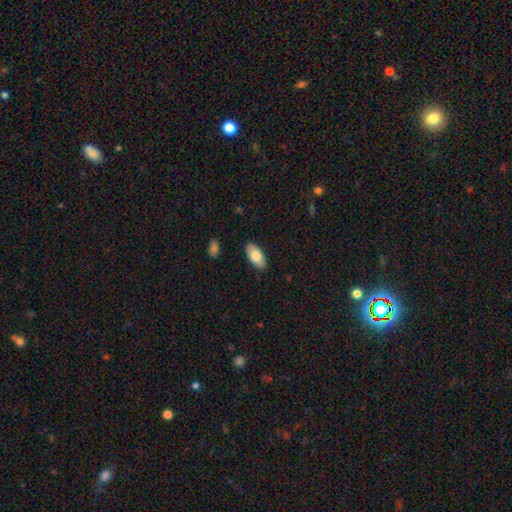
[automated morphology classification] smooth 76%, featured or disk 18%, star or artifact 6%. Down the decision tree: how rounded — in between (92%); merging — none (88%).